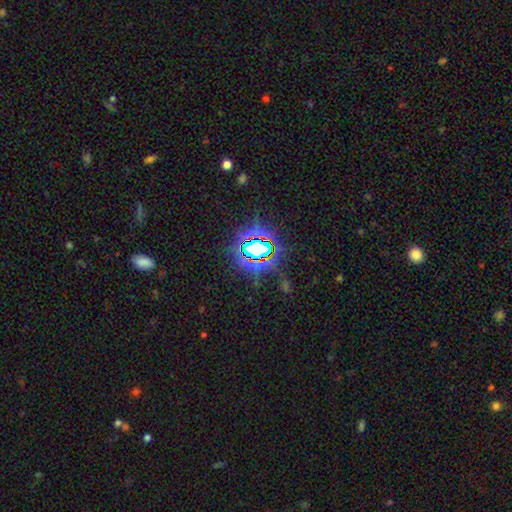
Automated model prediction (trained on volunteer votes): star or artifact 80%, smooth 12%, featured or disk 8%.